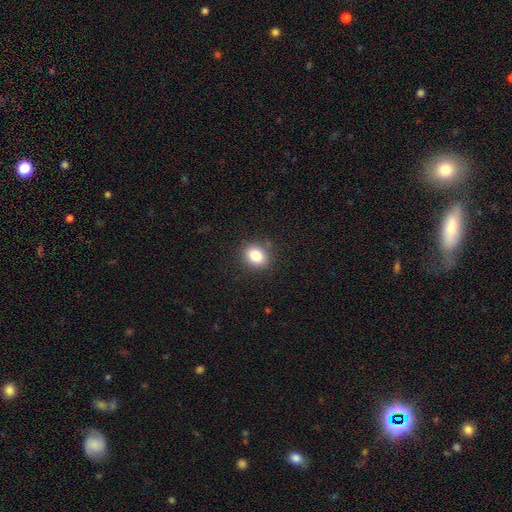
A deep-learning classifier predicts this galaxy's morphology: Smooth or featured? smooth (83%)
How rounded? round (52%)
Merging? none (86%)